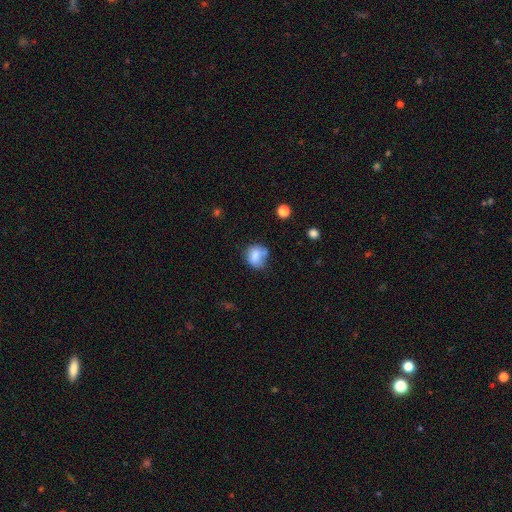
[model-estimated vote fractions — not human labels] Smooth or featured? smooth (79%)
How rounded? round (66%)
Merging? none (48%)